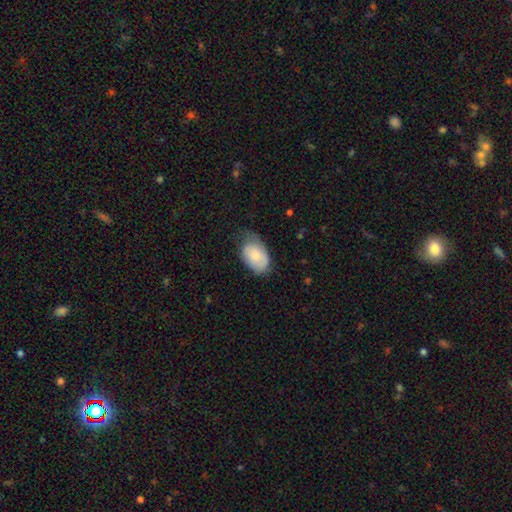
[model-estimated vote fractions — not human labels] Morphology: type=smooth (72%); roundness=in between (90%); merging=none (44%).